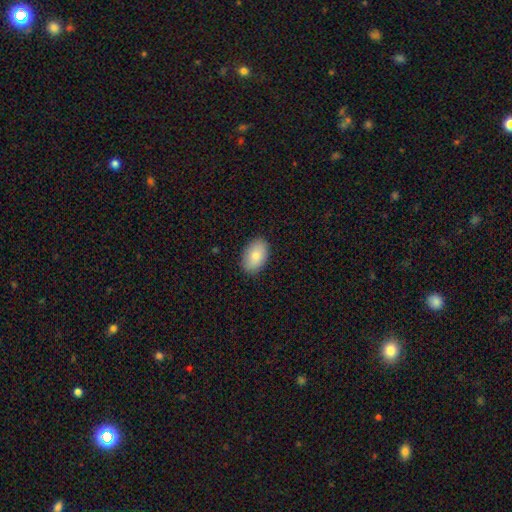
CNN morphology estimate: Overall: smooth (84%). How rounded: in between (91%). Merging: none (88%).